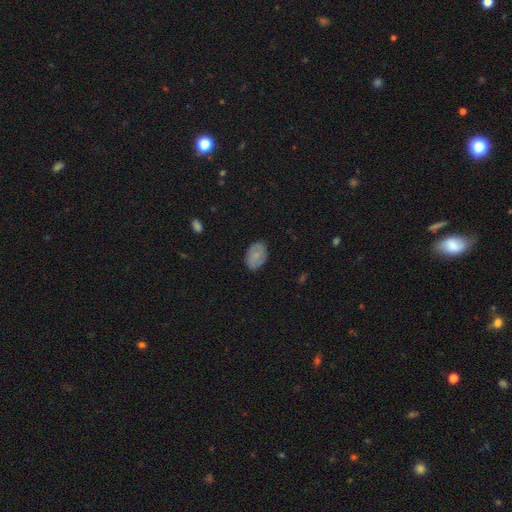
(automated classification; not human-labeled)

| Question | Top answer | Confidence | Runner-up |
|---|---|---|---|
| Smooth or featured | smooth | 67% | featured or disk (25%) |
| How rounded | in between | 84% | round (15%) |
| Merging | none | 83% | minor disturbance (13%) |